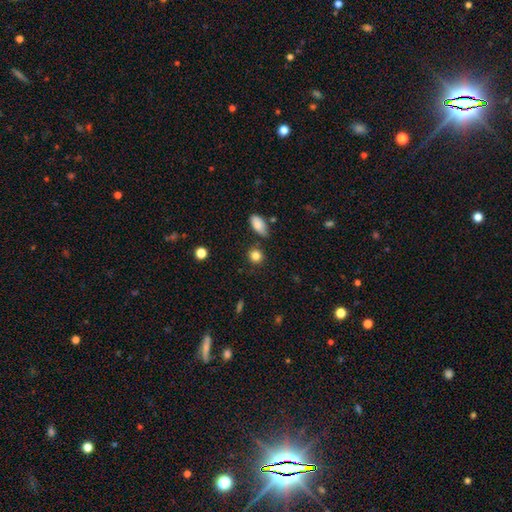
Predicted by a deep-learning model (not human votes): smooth 84%, star or artifact 11%, featured or disk 6%. Down the decision tree: how rounded — round (86%); merging — none (82%).